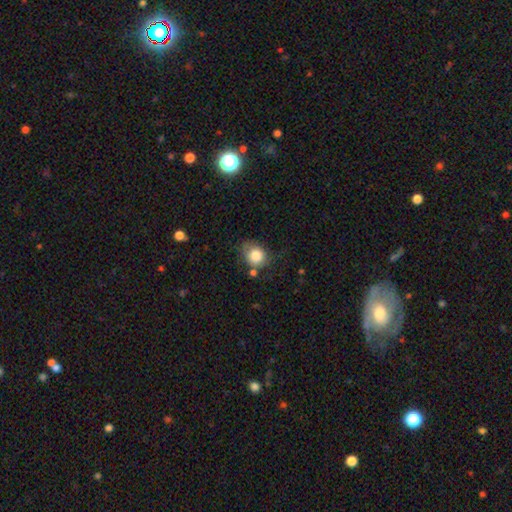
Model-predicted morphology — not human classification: Overall: smooth (82%). How rounded: round (67%; in between 32%). Merging: none (58%; minor disturbance 26%).